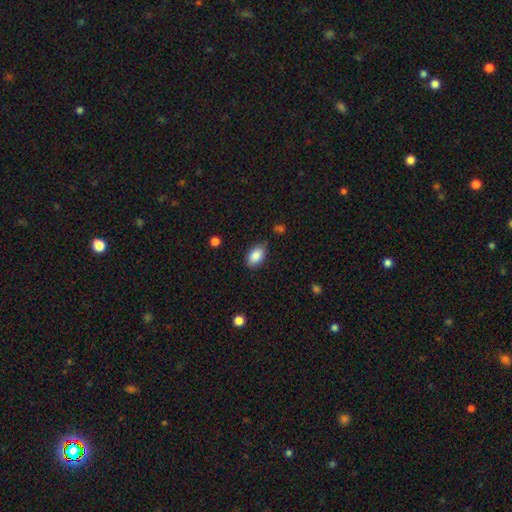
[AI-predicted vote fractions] Q: Smooth or featured?
A: smooth (87%); runner-up: star or artifact (7%)
Q: How rounded?
A: in between (92%); runner-up: round (7%)
Q: Merging?
A: none (80%); runner-up: minor disturbance (16%)